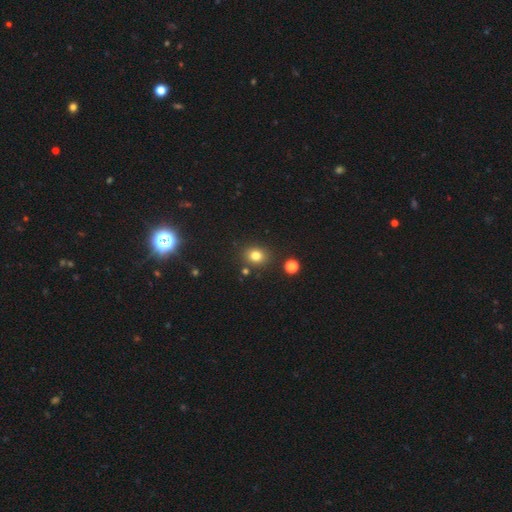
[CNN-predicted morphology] A smooth galaxy with no disk features (79%) that is round (65%). Merging: none (83%).